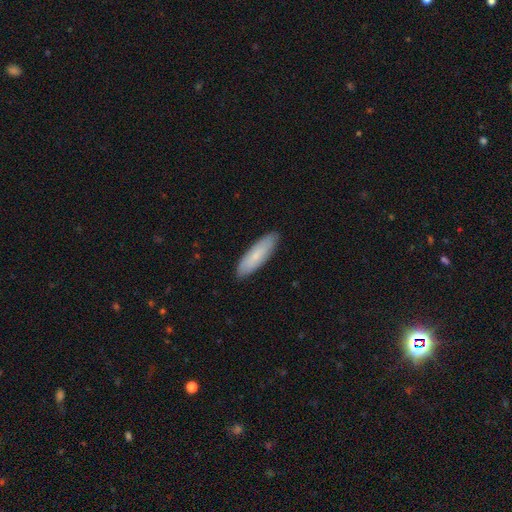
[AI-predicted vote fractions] This is likely a smooth galaxy (75%). How rounded: likely cigar-shaped (60%). Merging: clearly none (89%).